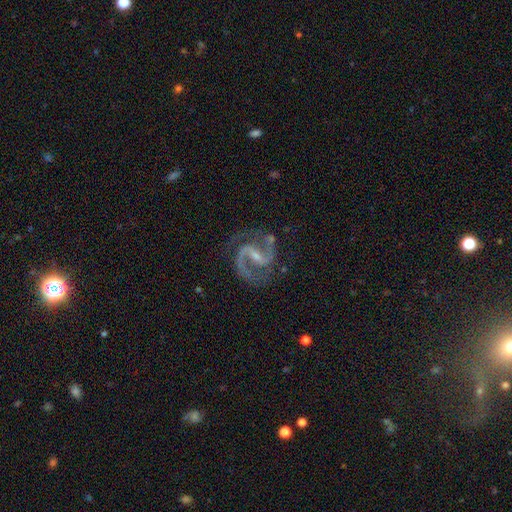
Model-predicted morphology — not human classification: type=featured or disk (93%); edge-on=no (98%); bar=weak (45%); spiral arms=yes (99%); winding=medium (70%); arm count=2 (94%); bulge=small (66%); merging=none (78%).